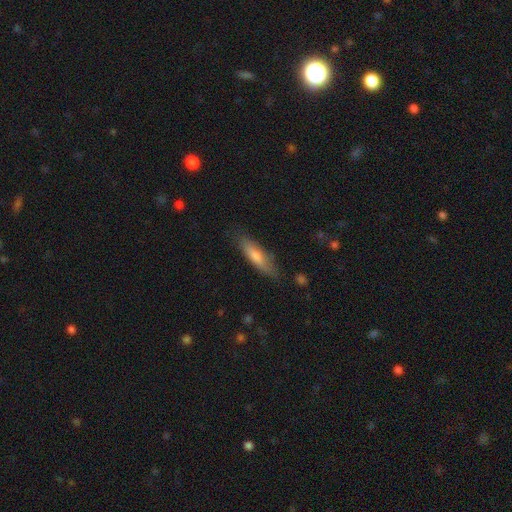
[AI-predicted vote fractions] This appears to be a smooth galaxy with no disk features (68%) that is cigar-shaped (67%). Merging: none (80%).